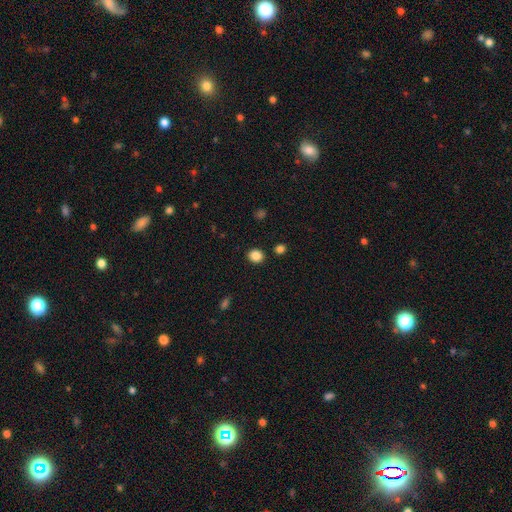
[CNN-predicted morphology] This is clearly a smooth galaxy (86%). How rounded: likely round (71%). Merging: clearly none (88%).